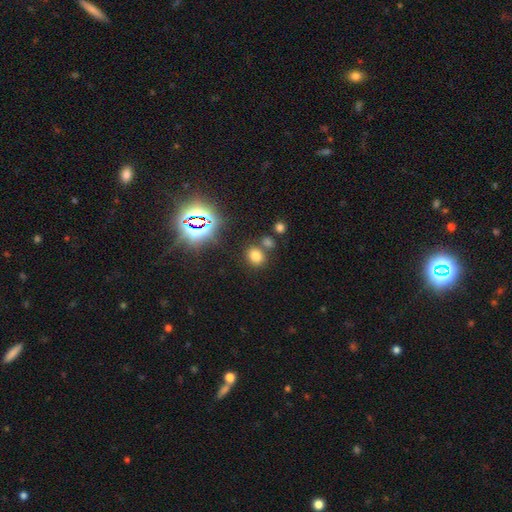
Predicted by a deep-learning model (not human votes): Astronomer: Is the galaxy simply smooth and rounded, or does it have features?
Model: smooth — 69%.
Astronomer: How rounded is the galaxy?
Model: round — 58% (runner-up: in between, 41%).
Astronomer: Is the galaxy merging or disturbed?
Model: none — 72%.